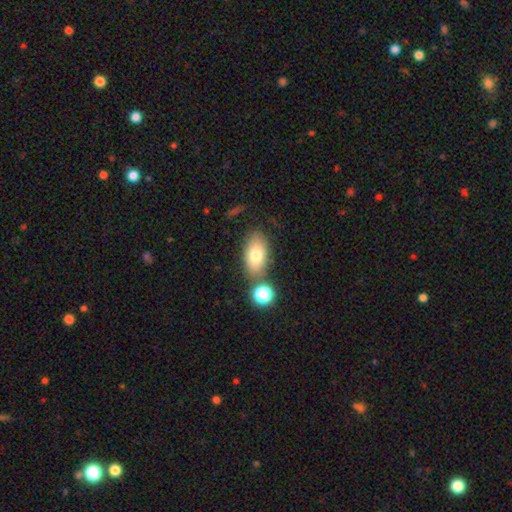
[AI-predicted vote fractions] Smooth or featured? smooth (75%)
How rounded? in between (89%)
Merging? none (73%)